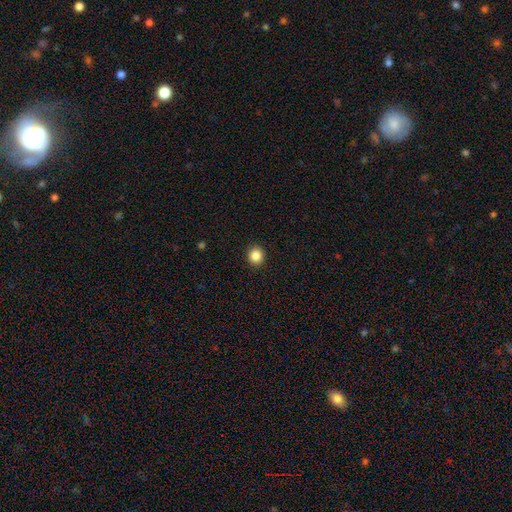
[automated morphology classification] Overall: smooth (86%). How rounded: round (84%). Merging: none (92%).